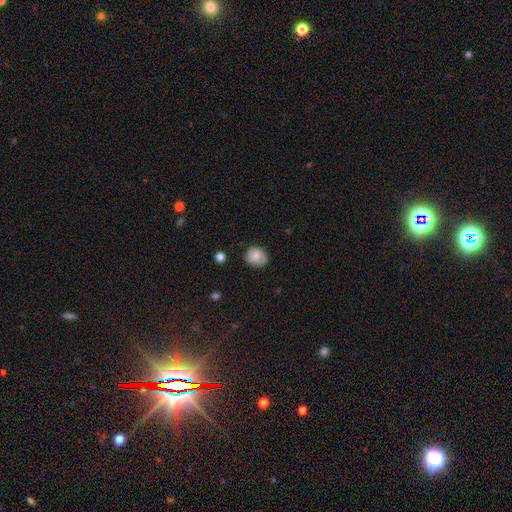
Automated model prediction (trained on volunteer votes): Q: Smooth or featured?
A: smooth (75%); runner-up: featured or disk (17%)
Q: How rounded?
A: round (69%); runner-up: in between (30%)
Q: Merging?
A: none (71%); runner-up: minor disturbance (22%)